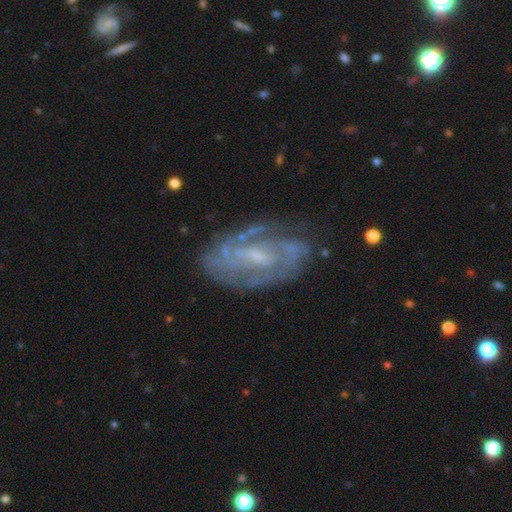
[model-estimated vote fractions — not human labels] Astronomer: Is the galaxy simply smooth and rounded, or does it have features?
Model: featured or disk — 84%.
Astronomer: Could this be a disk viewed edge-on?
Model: no — 96%.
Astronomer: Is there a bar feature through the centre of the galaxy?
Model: weak — 50% (runner-up: no, 32%).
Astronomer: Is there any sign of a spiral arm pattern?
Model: yes — 90%.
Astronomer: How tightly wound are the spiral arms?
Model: tight — 53% (runner-up: medium, 36%).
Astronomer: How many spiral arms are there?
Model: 2 — 39% (runner-up: can't tell, 33%).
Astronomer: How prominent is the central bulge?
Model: small — 55%.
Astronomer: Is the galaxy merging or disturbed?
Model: none — 71%.